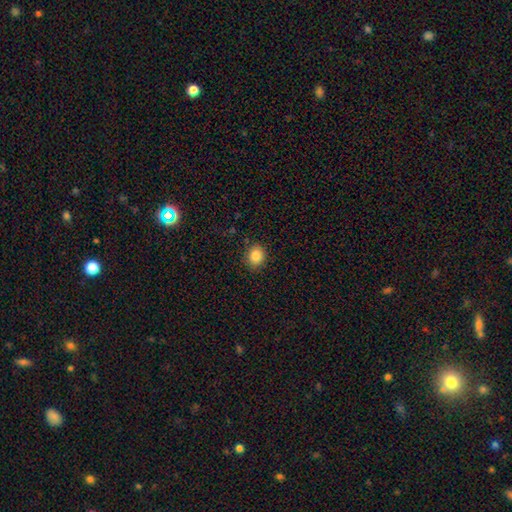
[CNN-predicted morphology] This appears to be a smooth galaxy with no disk features (85%) that is round (67%). Merging: none (88%).